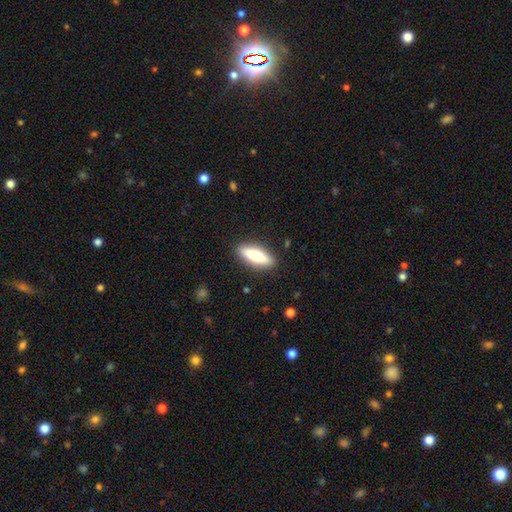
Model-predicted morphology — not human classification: Overall: smooth (65%; featured or disk 29%). How rounded: in between (49%, tied with cigar-shaped). Merging: none (89%).